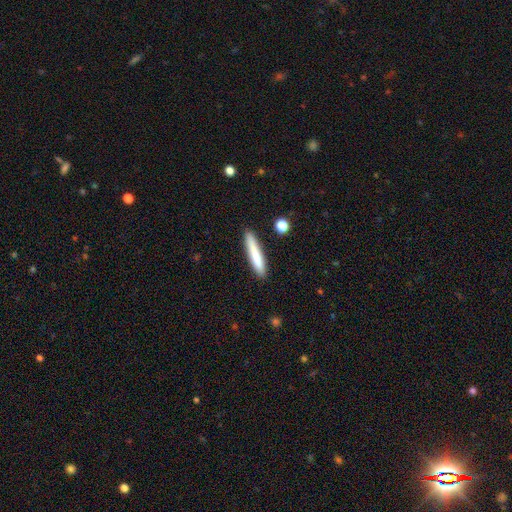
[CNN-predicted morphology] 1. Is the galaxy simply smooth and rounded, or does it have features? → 79% smooth, 15% featured or disk, 6% star or artifact.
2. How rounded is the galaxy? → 92% cigar-shaped, 7% in between, 1% round.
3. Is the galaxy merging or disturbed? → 89% none, 8% minor disturbance, 2% major disturbance, 2% merger.